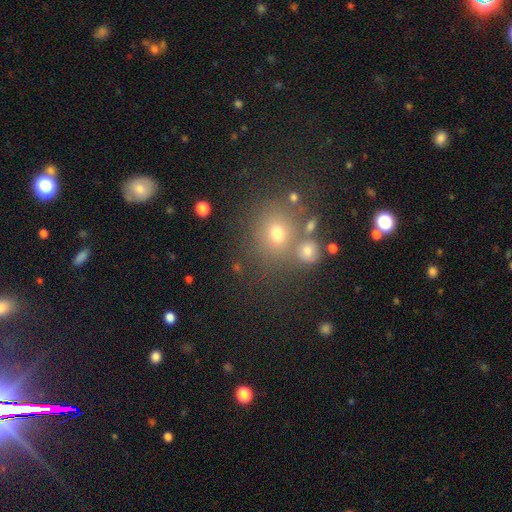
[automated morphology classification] The model was most divided on "smooth or featured" (2-way tie): smooth: 44%, star or artifact: 44%, featured or disk: 12%. More confident: merging — none (69%).